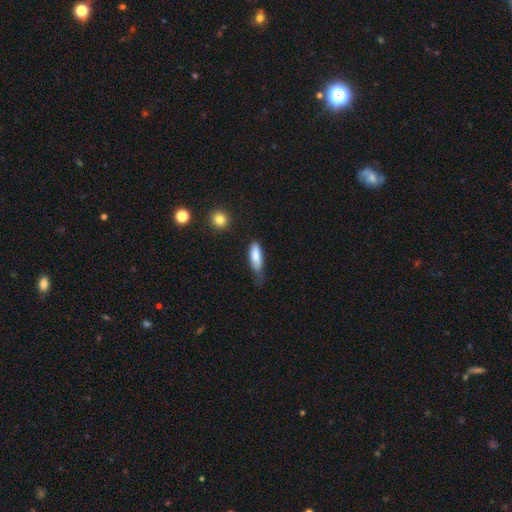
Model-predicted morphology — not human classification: Smooth or featured?
  - smooth: 83% *
  - featured or disk: 11%
  - star or artifact: 6%
How rounded?
  - in between: 57% *
  - cigar-shaped: 41%
  - round: 2%
Merging?
  - none: 48% *
  - minor disturbance: 38%
  - major disturbance: 12%
  - merger: 3%